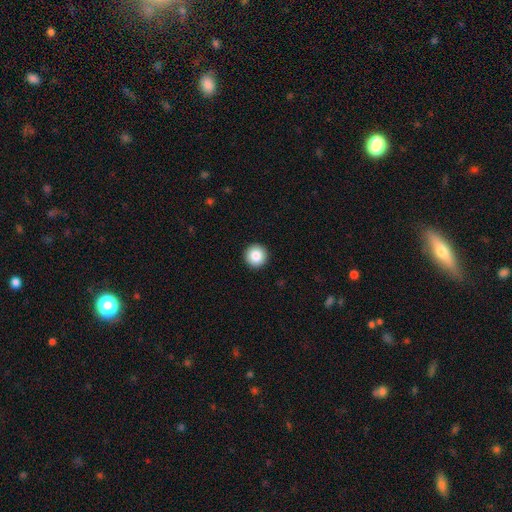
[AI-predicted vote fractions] Smooth or featured?
  - smooth: 86% *
  - star or artifact: 9%
  - featured or disk: 5%
How rounded?
  - round: 97% *
  - in between: 2%
  - cigar-shaped: 1%
Merging?
  - none: 94% *
  - minor disturbance: 4%
  - major disturbance: 1%
  - merger: 1%